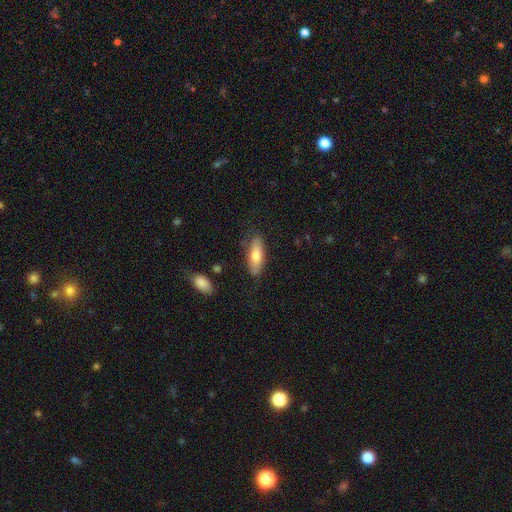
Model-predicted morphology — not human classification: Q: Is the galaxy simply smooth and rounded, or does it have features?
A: smooth — 69%.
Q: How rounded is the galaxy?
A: in between — 55%.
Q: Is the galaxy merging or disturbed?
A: none — 79%.